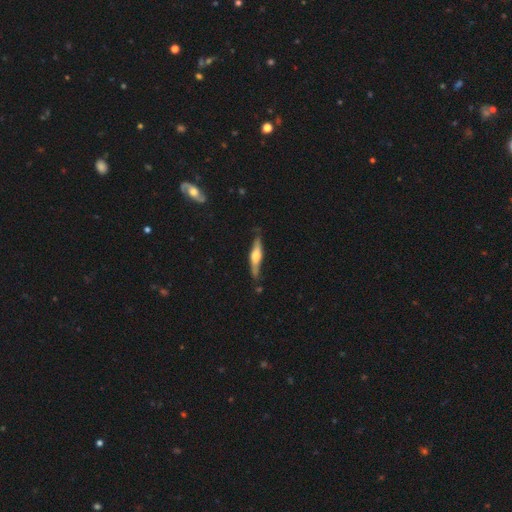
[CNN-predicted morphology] smooth-or-featured: featured or disk: 57% | smooth: 38% | star or artifact: 5%
  disk-edge-on: yes: 88% | no: 12%
  merging: none: 74% | minor disturbance: 19% | major disturbance: 4% | merger: 3%